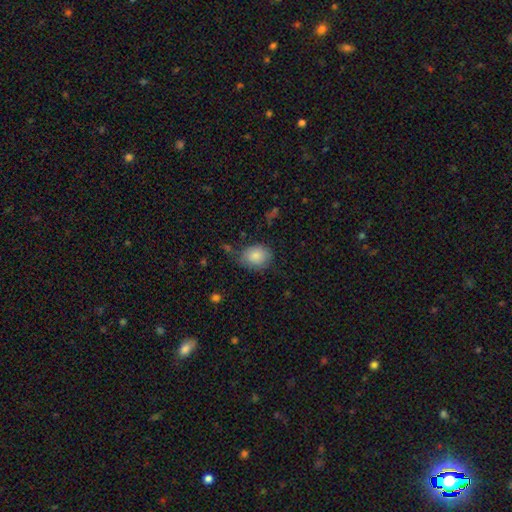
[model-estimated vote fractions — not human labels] Smooth or featured: smooth — 83% (featured or disk — 9%)
How rounded: in between — 51% (round — 48%)
Merging: none — 64% (minor disturbance — 26%)